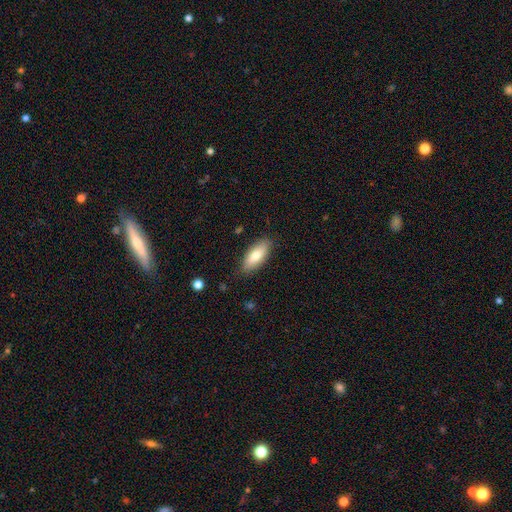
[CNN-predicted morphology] type=smooth (75%); roundness=in between (77%); merging=none (83%).